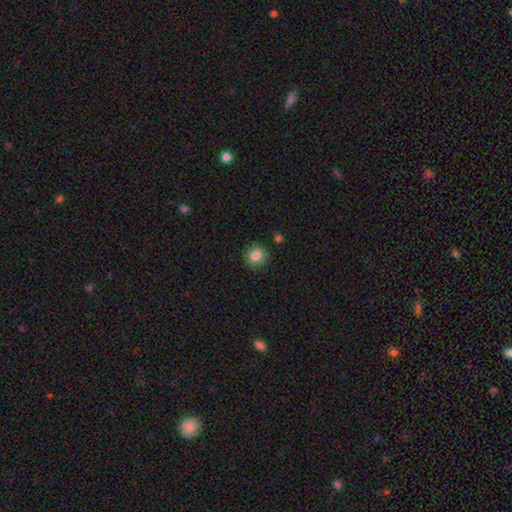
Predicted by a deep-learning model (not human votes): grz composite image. It shows a smooth galaxy with no disk features (81%) that is round (89%). Merging: none (87%).